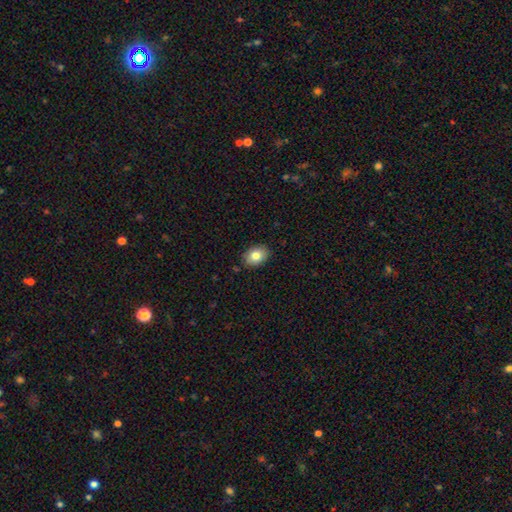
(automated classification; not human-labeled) This is clearly a smooth galaxy (82%). How rounded: likely in between (74%). Merging: clearly none (88%).